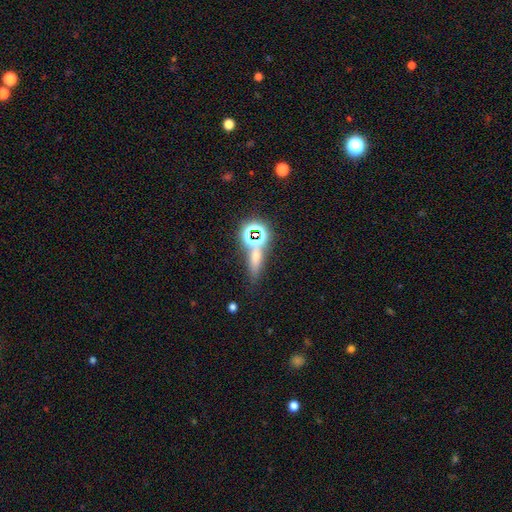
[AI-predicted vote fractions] Q: Smooth or featured?
A: smooth (44%); runner-up: star or artifact (40%)
Q: Merging?
A: none (65%); runner-up: merger (17%)